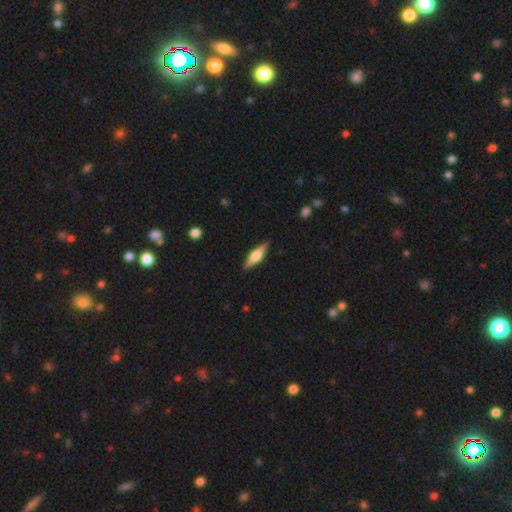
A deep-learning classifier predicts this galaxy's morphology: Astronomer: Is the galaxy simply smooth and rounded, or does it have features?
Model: featured or disk — 57% (runner-up: smooth, 37%).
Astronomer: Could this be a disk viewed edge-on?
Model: yes — 96%.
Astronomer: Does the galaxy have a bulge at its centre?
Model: rounded — 85%.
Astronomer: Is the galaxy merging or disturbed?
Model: none — 89%.